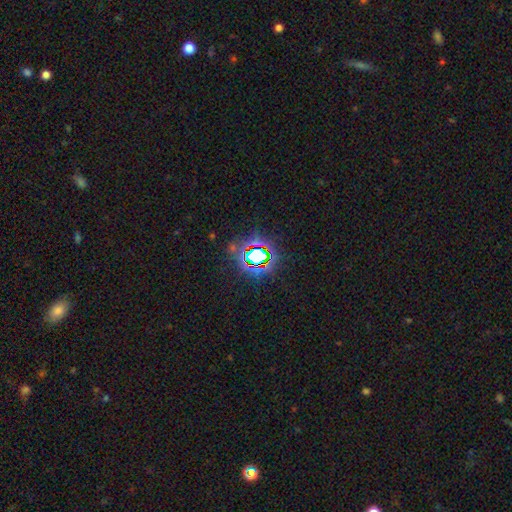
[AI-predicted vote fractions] Smooth or featured? Predicted: star or artifact (p=0.71).